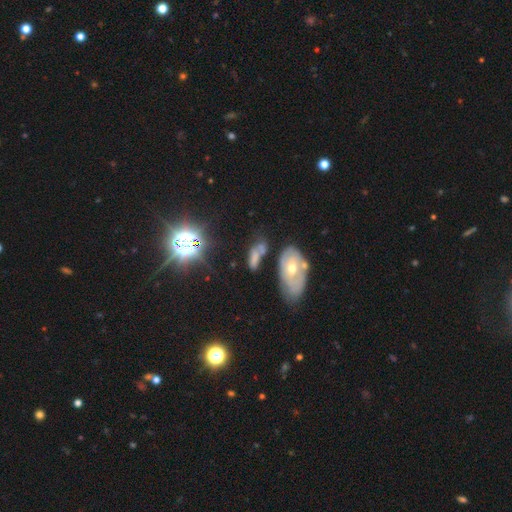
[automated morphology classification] The model was most divided on "merging": none: 39%, merger: 25%, minor disturbance: 21%, major disturbance: 15%. Remaining: smooth or featured — smooth (48%).